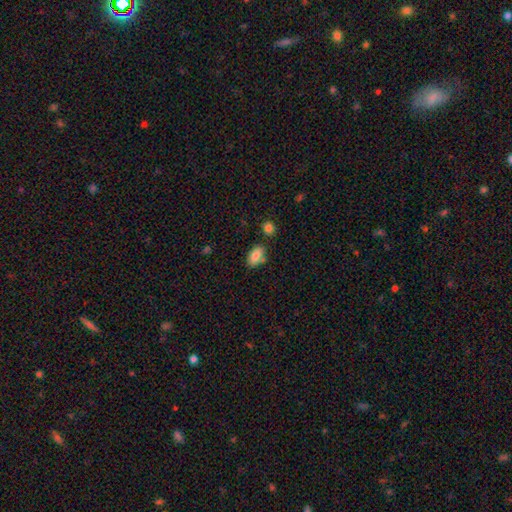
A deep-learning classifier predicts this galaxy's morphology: Q: Smooth or featured?
A: smooth (84%); runner-up: featured or disk (9%)
Q: How rounded?
A: in between (90%); runner-up: round (5%)
Q: Merging?
A: none (73%); runner-up: minor disturbance (16%)